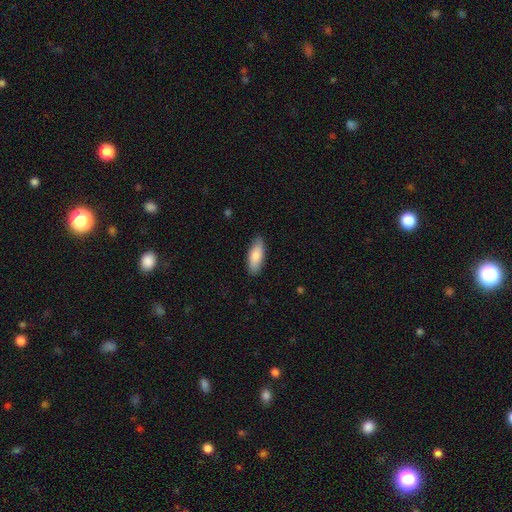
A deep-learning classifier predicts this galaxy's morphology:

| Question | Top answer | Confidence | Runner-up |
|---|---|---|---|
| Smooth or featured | smooth | 84% | featured or disk (10%) |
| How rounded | in between | 70% | cigar-shaped (28%) |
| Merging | none | 87% | minor disturbance (10%) |